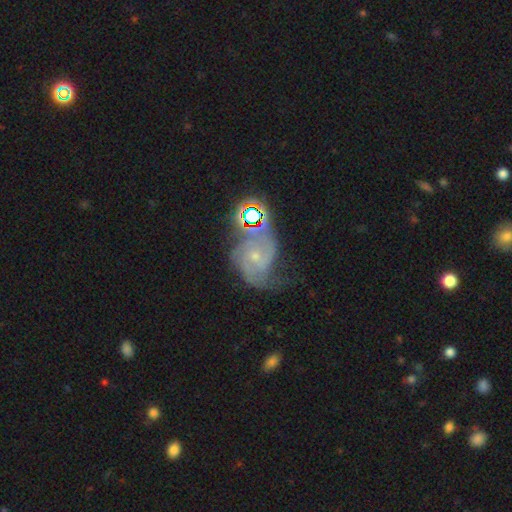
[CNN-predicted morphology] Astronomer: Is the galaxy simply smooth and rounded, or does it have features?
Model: featured or disk — 74%.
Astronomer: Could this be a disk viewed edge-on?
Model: no — 97%.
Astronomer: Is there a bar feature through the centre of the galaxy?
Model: no — 69%.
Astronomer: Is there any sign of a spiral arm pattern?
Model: yes — 92%.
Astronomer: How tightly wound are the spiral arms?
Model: medium — 43% (runner-up: tight, 34%).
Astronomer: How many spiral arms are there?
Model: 2 — 42% (runner-up: can't tell, 25%).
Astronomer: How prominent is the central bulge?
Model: small — 74%.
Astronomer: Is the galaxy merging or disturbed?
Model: none — 39% (runner-up: minor disturbance, 25%).